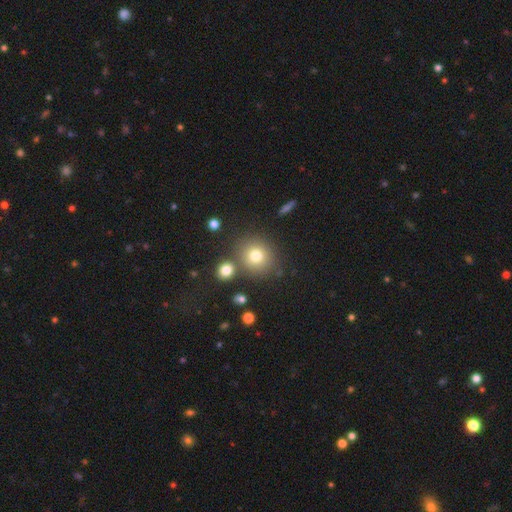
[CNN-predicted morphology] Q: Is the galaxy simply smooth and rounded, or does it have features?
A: smooth — 75%.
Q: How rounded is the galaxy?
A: round — 88%.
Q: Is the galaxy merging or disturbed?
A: none — 77%.